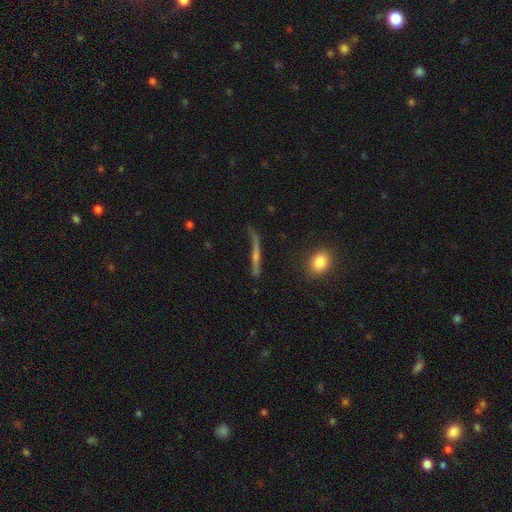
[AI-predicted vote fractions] Smooth or featured? Predicted: featured or disk (p=0.54). Edge-on disk? Predicted: yes (p=0.75). Merging? Predicted: none (p=0.51).